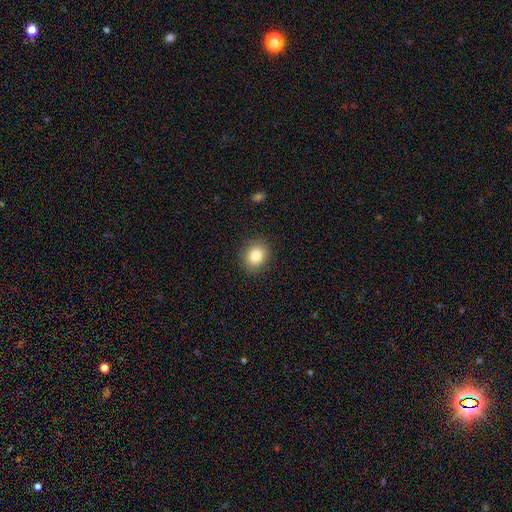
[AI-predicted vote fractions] Overall: smooth (84%). How rounded: round (61%; in between 38%). Merging: none (89%).